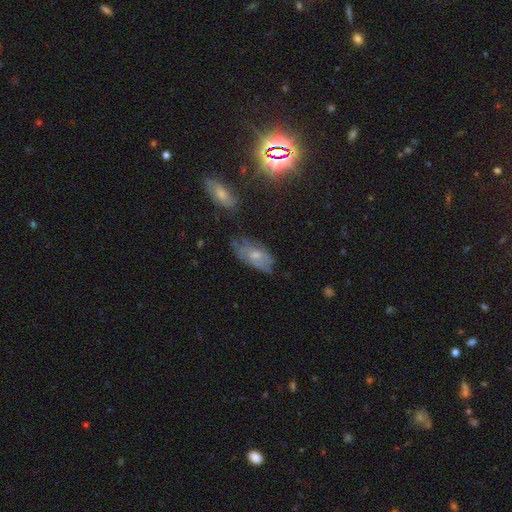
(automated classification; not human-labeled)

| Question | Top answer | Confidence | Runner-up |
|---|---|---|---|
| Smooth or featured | featured or disk | 50% | smooth (40%) |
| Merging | none | 53% | minor disturbance (31%) |